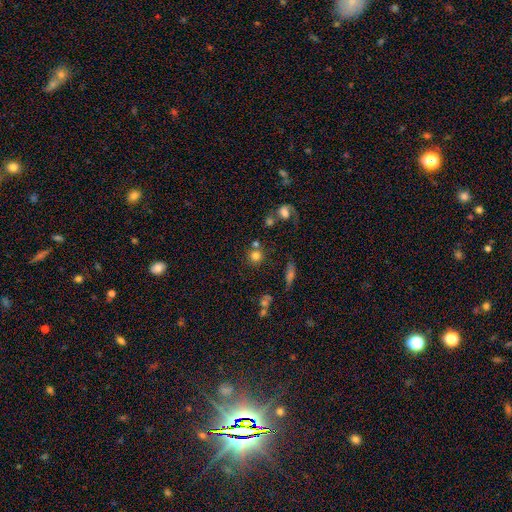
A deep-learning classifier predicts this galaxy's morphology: A smooth galaxy with no disk features (77%) that is round (91%).

Vote fractions:
- Smooth or featured? smooth: 77% / star or artifact: 13% / featured or disk: 10%
- How rounded? round: 91% / in between: 8% / cigar-shaped: 1%
- Merging? none: 68% / merger: 18% / minor disturbance: 10% / major disturbance: 5%